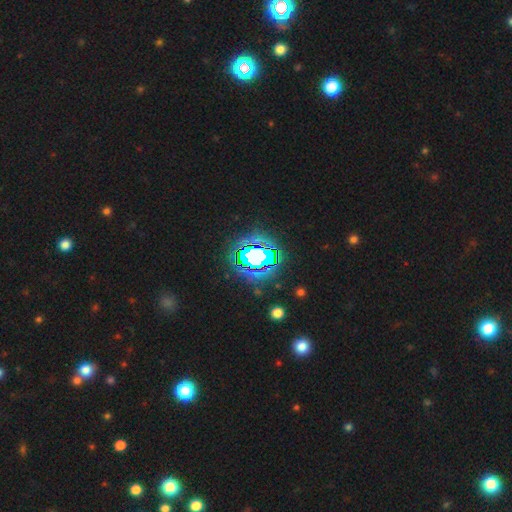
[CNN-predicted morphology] A star or artifact, not a galaxy (68%).

Vote fractions:
- Smooth or featured? star or artifact: 68% / featured or disk: 16% / smooth: 16%